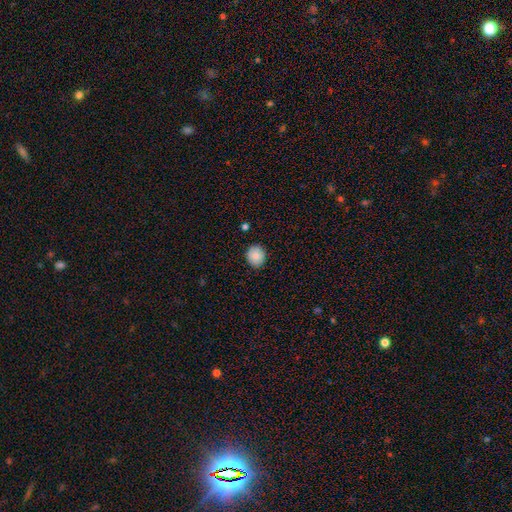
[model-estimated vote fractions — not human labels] Morphology: type=smooth (85%); roundness=round (78%); merging=none (88%).